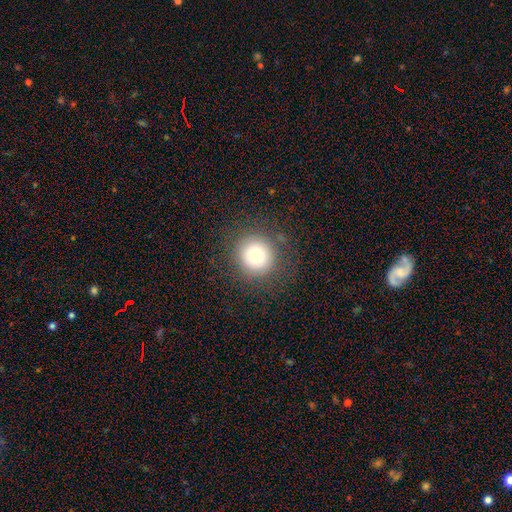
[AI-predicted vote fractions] A smooth galaxy with no disk features (74%) that is round (93%). Merging: none (84%).